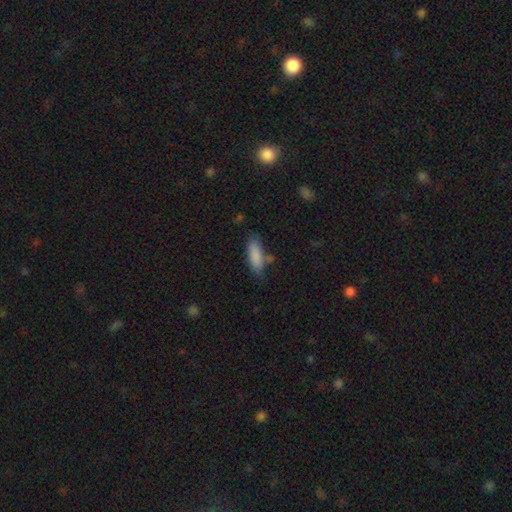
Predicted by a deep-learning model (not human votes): This appears to be a smooth galaxy with no disk features (85%) that is in between round and cigar-shaped (60%). Merging: none (63%).